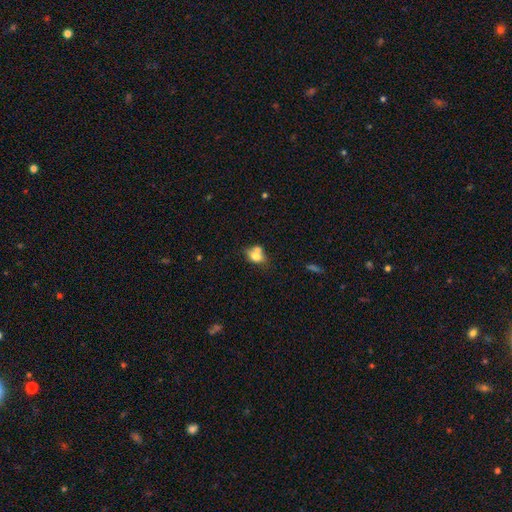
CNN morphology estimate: Smooth or featured? smooth (72%)
How rounded? in between (62%)
Merging? merger (45%)